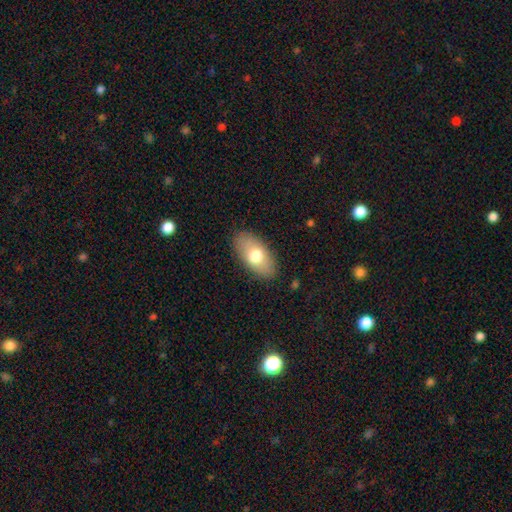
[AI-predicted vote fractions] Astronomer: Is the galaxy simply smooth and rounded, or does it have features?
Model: smooth — 71%.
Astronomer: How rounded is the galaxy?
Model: in between — 92%.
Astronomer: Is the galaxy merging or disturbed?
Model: none — 86%.